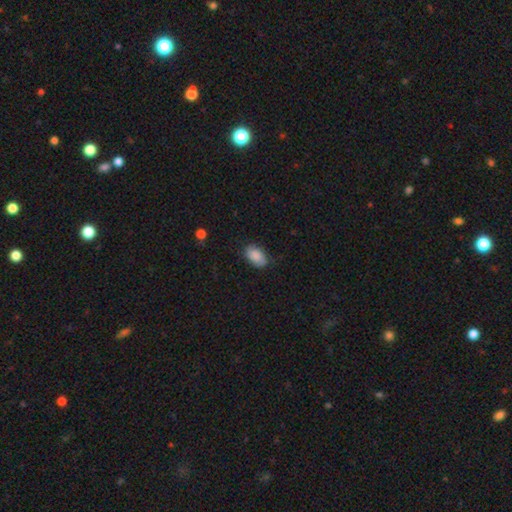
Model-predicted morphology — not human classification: smooth_or_featured: smooth (p=0.88) [alt: star or artifact p=0.07]
how_rounded: in between (p=0.92) [alt: round p=0.07]
merging: none (p=0.78) [alt: minor disturbance p=0.18]